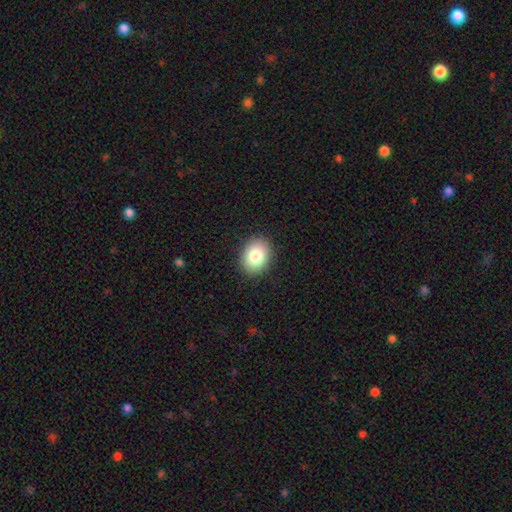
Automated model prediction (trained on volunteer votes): smooth-or-featured: smooth: 83% | featured or disk: 9% | star or artifact: 8%
  how-rounded: in between: 62% | round: 37% | cigar-shaped: 1%
  merging: none: 89% | minor disturbance: 8% | major disturbance: 2% | merger: 1%